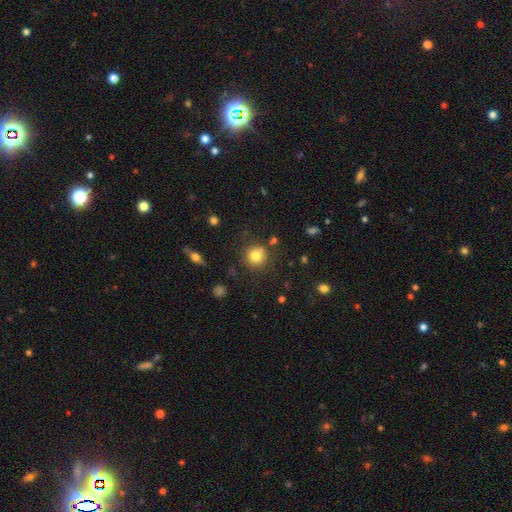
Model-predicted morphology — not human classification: This appears to be a smooth galaxy with no disk features (80%) that is round (93%). Merging: none (84%).